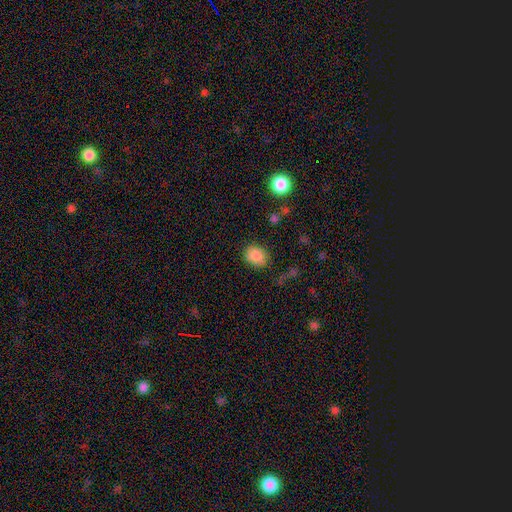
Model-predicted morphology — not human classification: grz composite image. It shows a smooth galaxy with no disk features (86%) that is in between round and cigar-shaped (56%). Merging: none (81%).